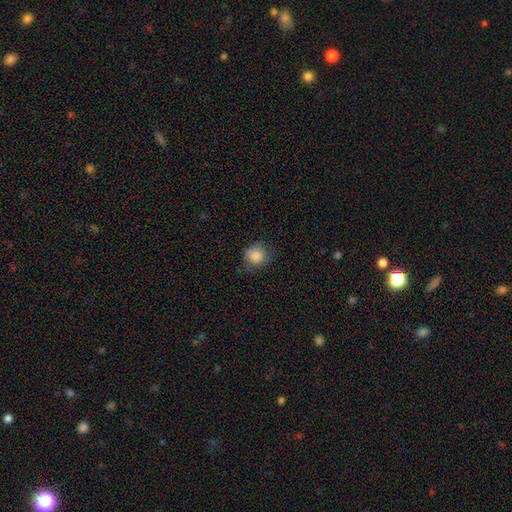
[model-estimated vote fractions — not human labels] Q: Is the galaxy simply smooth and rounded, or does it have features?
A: smooth — 86%.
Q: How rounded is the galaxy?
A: round — 84%.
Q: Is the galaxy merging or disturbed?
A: none — 74%.